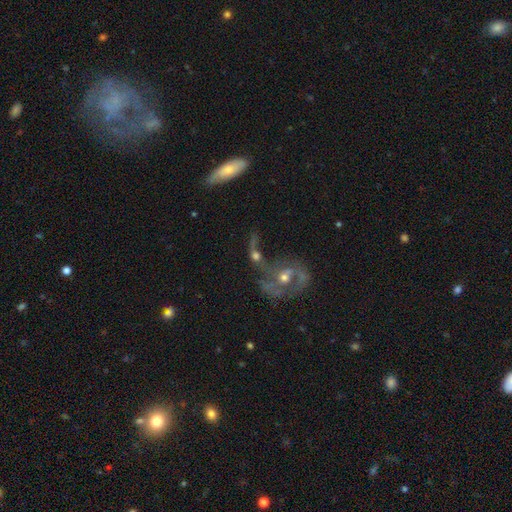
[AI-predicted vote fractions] featured or disk 55%, smooth 31%, star or artifact 14%. Down the decision tree: edge-on disk — no (93%); bar — no (78%); spiral arms — yes (56%); bulge size — moderate (51%); merging — merger (65%).